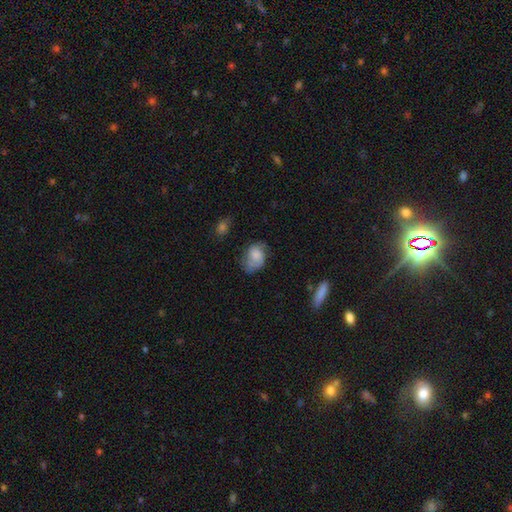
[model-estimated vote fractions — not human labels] A smooth galaxy with no disk features (63%) that is in between round and cigar-shaped (73%).

Vote fractions:
- Smooth or featured? smooth: 63% / featured or disk: 29% / star or artifact: 9%
- How rounded? in between: 73% / round: 26% / cigar-shaped: 1%
- Merging? none: 44% / minor disturbance: 34% / major disturbance: 19% / merger: 3%